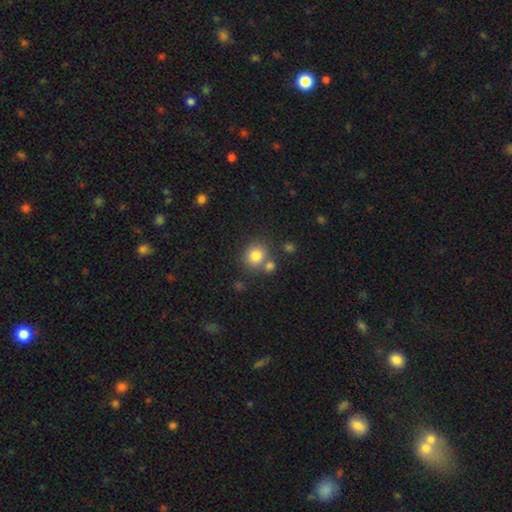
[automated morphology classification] type=smooth (81%); roundness=round (82%); merging=none (67%).